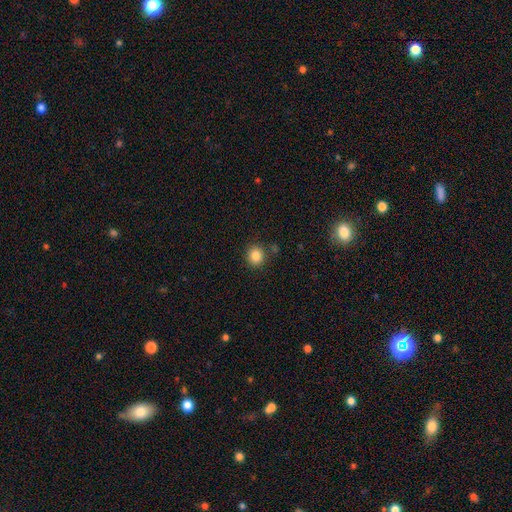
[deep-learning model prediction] Smooth or featured?
  - smooth: 85% *
  - star or artifact: 10%
  - featured or disk: 4%
How rounded?
  - round: 87% *
  - in between: 12%
  - cigar-shaped: 1%
Merging?
  - none: 85% *
  - minor disturbance: 8%
  - merger: 4%
  - major disturbance: 3%